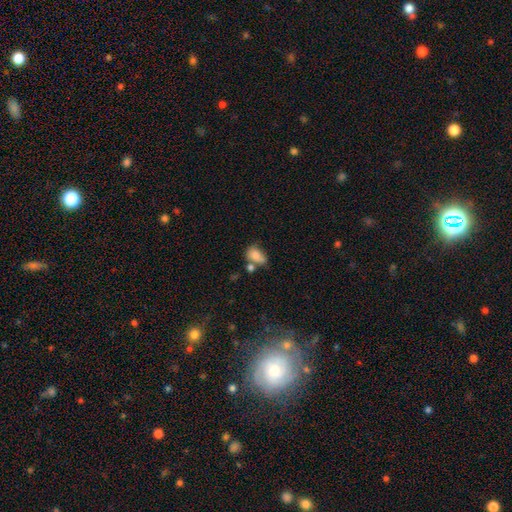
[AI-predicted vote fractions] This is likely a smooth galaxy (79%). How rounded: clearly in between (81%). Merging: marginally none (34%).